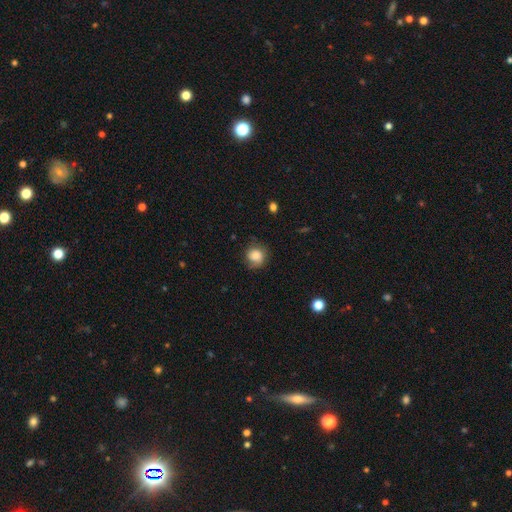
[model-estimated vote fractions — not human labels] Smooth or featured: smooth — 79% (featured or disk — 12%)
How rounded: round — 83% (in between — 17%)
Merging: none — 66% (minor disturbance — 24%)